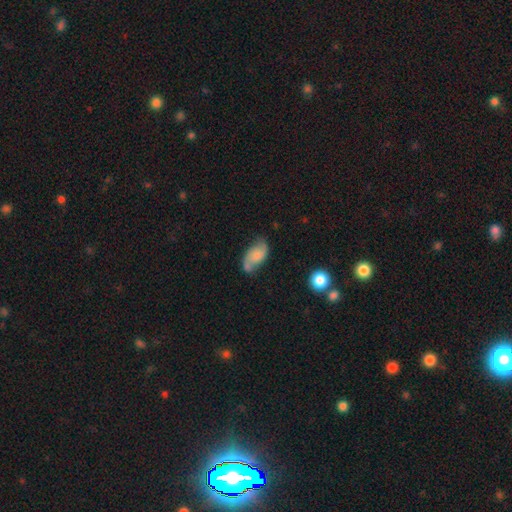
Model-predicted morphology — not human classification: type=smooth (46%, tied with featured or disk); merging=none (52%).